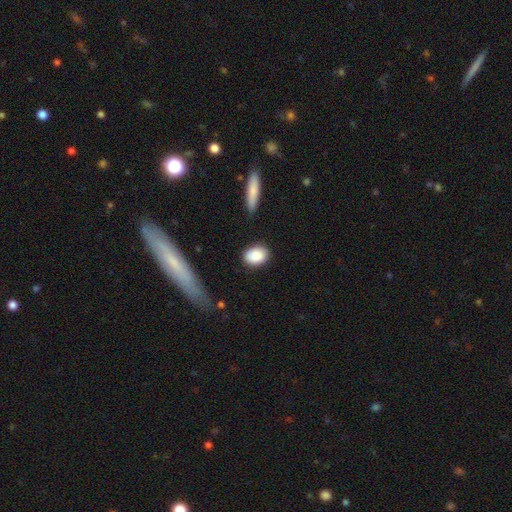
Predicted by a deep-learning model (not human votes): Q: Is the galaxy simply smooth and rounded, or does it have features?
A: smooth — 88%.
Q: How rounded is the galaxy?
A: in between — 74%.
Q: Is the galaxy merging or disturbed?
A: none — 81%.